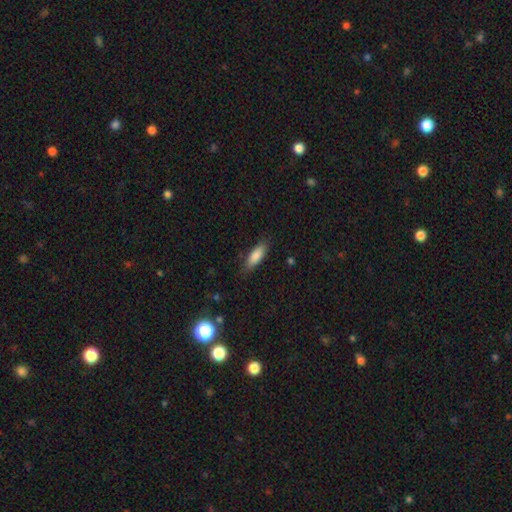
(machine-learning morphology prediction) type=smooth (84%); roundness=in between (65%); merging=none (79%).